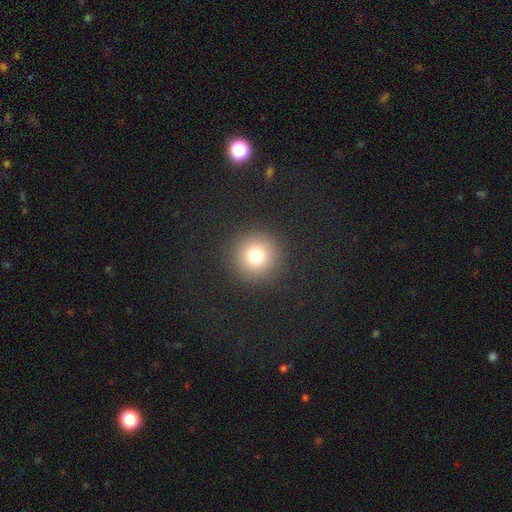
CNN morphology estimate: type=smooth (77%); roundness=round (95%); merging=none (92%).